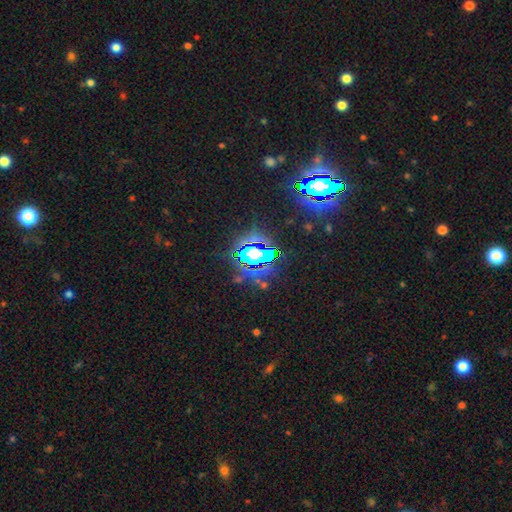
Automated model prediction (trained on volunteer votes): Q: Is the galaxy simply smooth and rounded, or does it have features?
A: star or artifact — 66%.